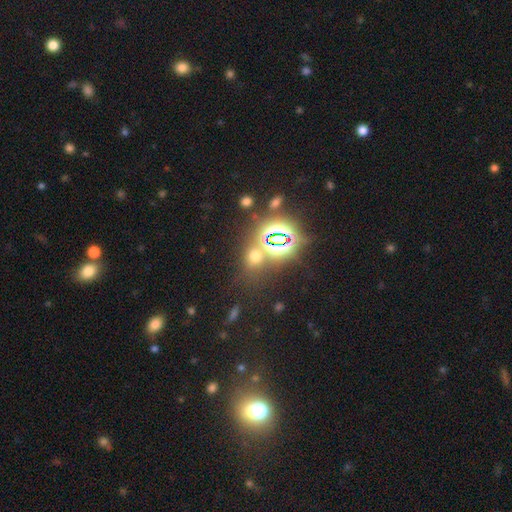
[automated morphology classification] star or artifact 47%, smooth 45%, featured or disk 8%.